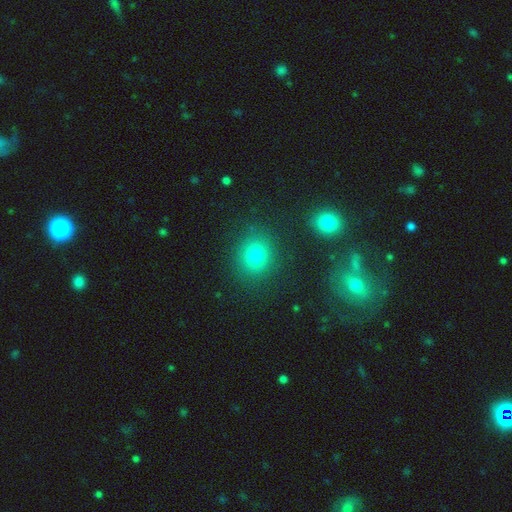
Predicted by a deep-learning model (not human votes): Smooth or featured: smooth — 77% (star or artifact — 15%)
How rounded: round — 78% (in between — 21%)
Merging: none — 85% (minor disturbance — 8%)